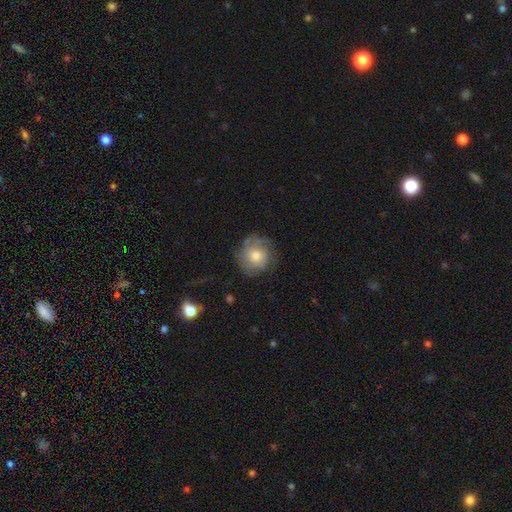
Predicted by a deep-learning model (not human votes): Overall: featured or disk (51%; smooth 40%). Edge-on disk: no (97%). Merging: none (70%).